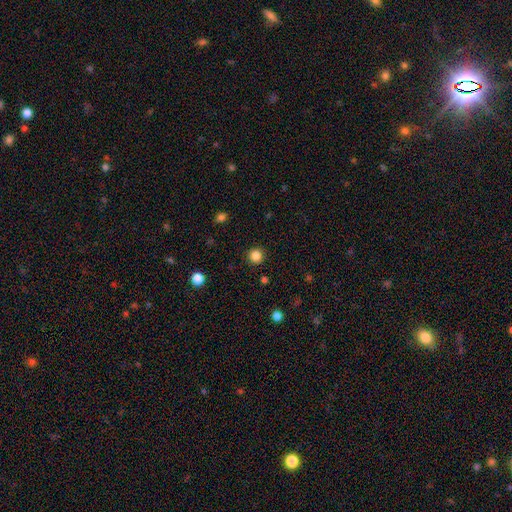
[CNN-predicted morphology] Smooth or featured? Predicted: smooth (p=0.84). How rounded? Predicted: round (p=0.95). Merging? Predicted: none (p=0.92).